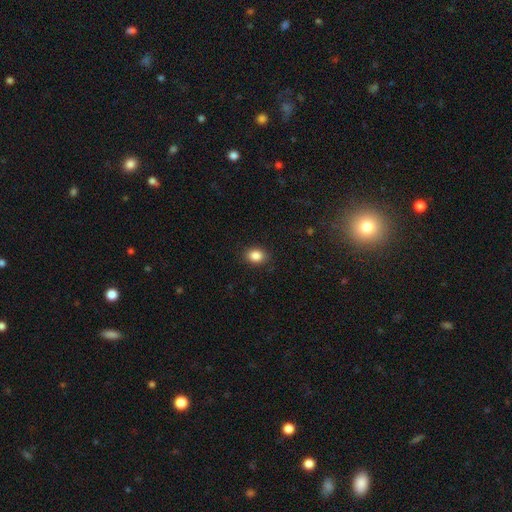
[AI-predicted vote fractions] smooth_or_featured: smooth (p=0.86) [alt: star or artifact p=0.09]
how_rounded: in between (p=0.63) [alt: round p=0.36]
merging: none (p=0.87) [alt: minor disturbance p=0.10]